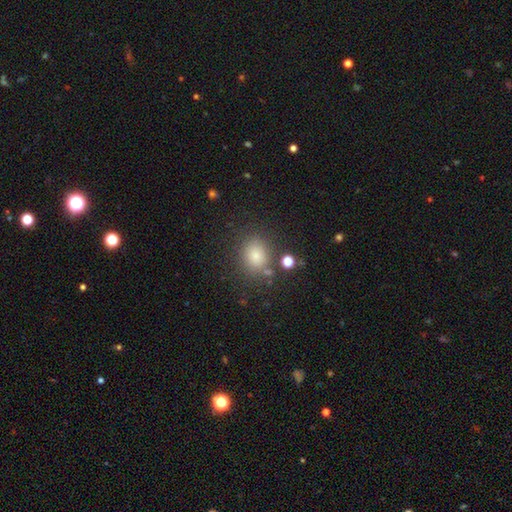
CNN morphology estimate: smooth 76%, star or artifact 17%, featured or disk 8%. Down the decision tree: how rounded — round (63%); merging — none (79%).